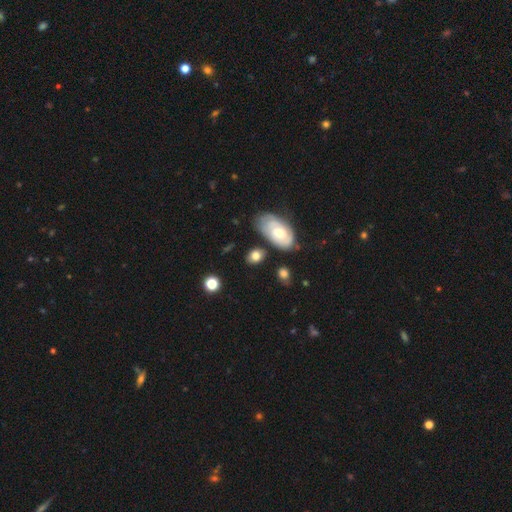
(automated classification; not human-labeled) smooth-or-featured: smooth: 71% | featured or disk: 21% | star or artifact: 9%
  how-rounded: in between: 69% | round: 29% | cigar-shaped: 3%
  merging: none: 65% | minor disturbance: 20% | merger: 9% | major disturbance: 7%